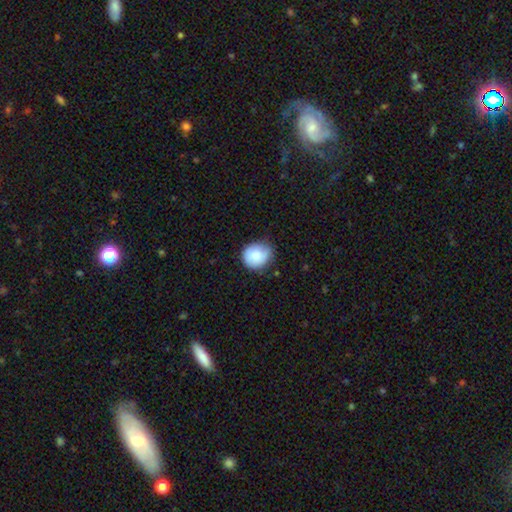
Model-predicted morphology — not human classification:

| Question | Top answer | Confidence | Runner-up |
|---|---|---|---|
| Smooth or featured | smooth | 82% | featured or disk (11%) |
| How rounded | round | 76% | in between (23%) |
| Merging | none | 67% | minor disturbance (27%) |